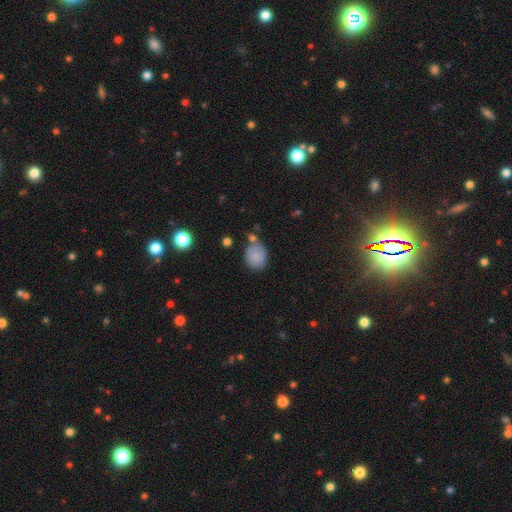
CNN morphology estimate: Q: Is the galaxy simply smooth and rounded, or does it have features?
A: smooth — 84%.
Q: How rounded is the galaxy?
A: round — 50%.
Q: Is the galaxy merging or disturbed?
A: none — 65%.